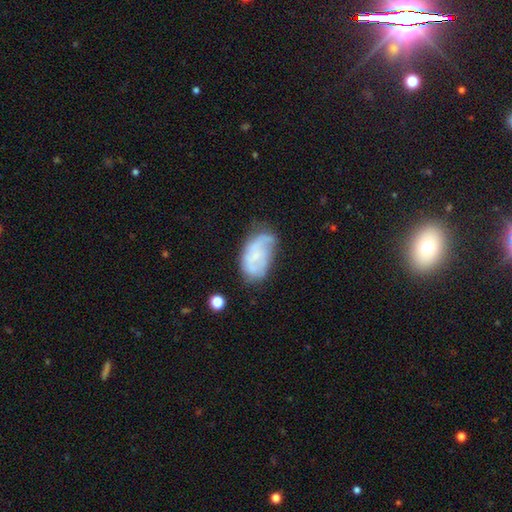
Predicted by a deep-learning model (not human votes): smooth-or-featured: featured or disk: 51% | smooth: 40% | star or artifact: 9%
  disk-edge-on: no: 96% | yes: 4%
  merging: none: 38% | minor disturbance: 33% | major disturbance: 24% | merger: 5%